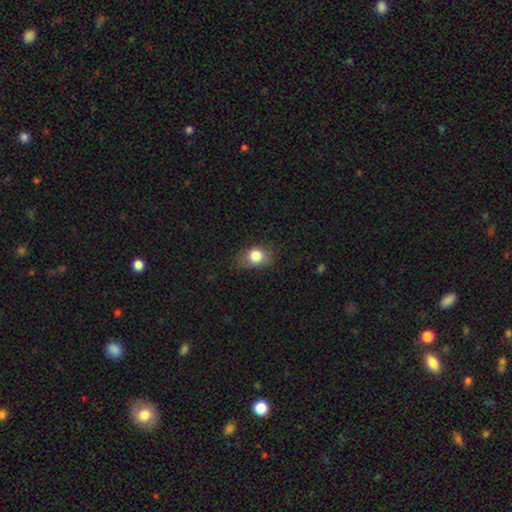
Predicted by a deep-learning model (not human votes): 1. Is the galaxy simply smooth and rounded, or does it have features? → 81% smooth, 10% star or artifact, 9% featured or disk.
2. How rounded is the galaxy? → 57% in between, 42% round, 2% cigar-shaped.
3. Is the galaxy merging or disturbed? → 67% none, 24% minor disturbance, 8% major disturbance, 1% merger.